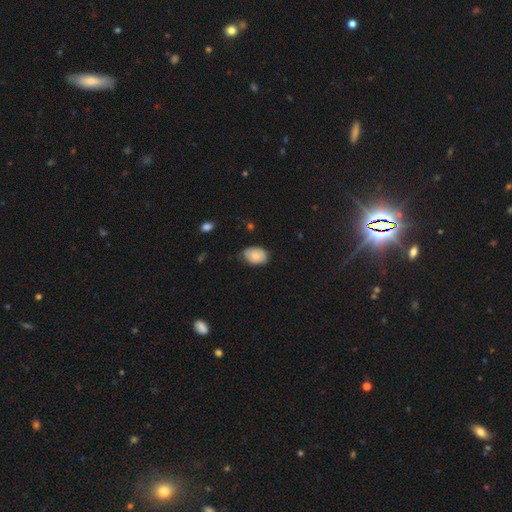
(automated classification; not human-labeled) Morphology: type=smooth (75%); roundness=in between (79%); merging=none (63%).